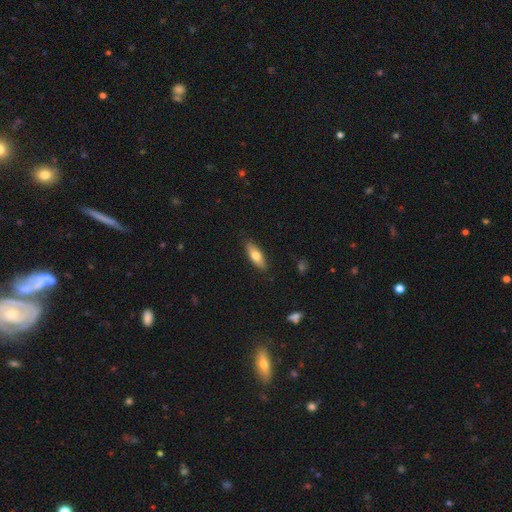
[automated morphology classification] type=smooth (67%); roundness=in between (59%); merging=none (86%).